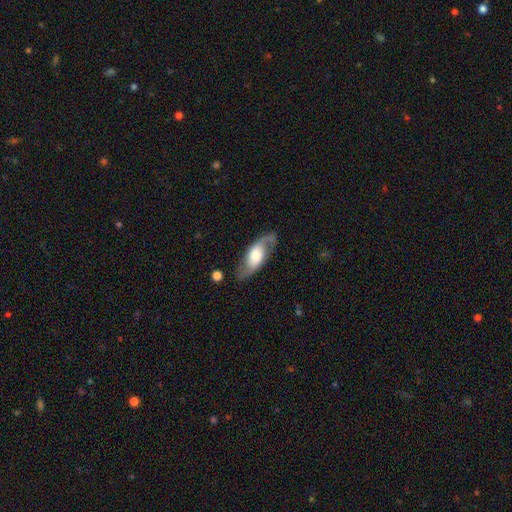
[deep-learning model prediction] Q: Smooth or featured?
A: featured or disk (67%); runner-up: smooth (27%)
Q: Edge-on disk?
A: no (86%); runner-up: yes (14%)
Q: Bar?
A: no (58%); runner-up: weak (30%)
Q: Spiral arms?
A: yes (83%); runner-up: no (17%)
Q: Bulge size?
A: moderate (47%); runner-up: large (32%)
Q: Merging?
A: none (75%); runner-up: minor disturbance (16%)